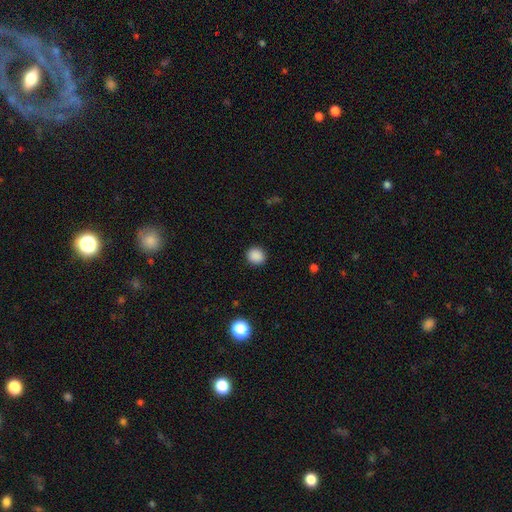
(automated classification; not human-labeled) Smooth or featured?
  - smooth: 88% *
  - star or artifact: 9%
  - featured or disk: 2%
How rounded?
  - round: 86% *
  - in between: 13%
  - cigar-shaped: 1%
Merging?
  - none: 92% *
  - minor disturbance: 5%
  - major disturbance: 2%
  - merger: 1%